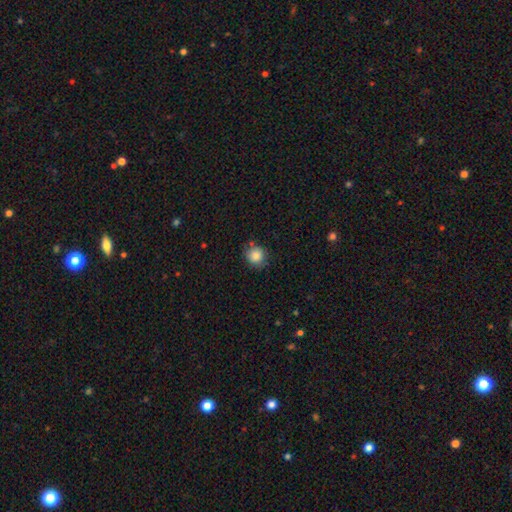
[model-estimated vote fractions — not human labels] smooth-or-featured: smooth: 86% | star or artifact: 9% | featured or disk: 5%
  how-rounded: round: 88% | in between: 11% | cigar-shaped: 1%
  merging: none: 75% | minor disturbance: 18% | major disturbance: 4% | merger: 3%